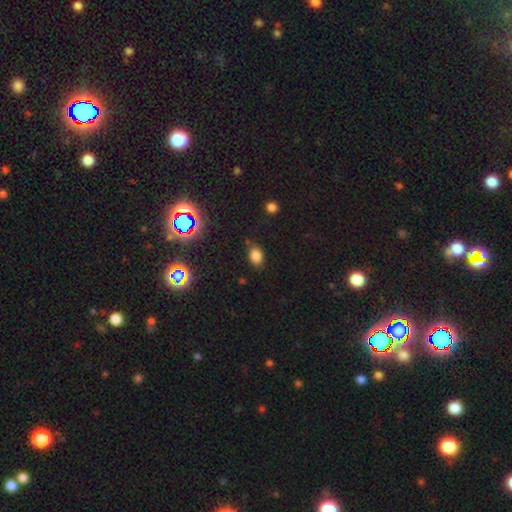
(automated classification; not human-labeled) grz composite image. It shows a smooth galaxy with no disk features (77%) that is in between round and cigar-shaped (78%). Merging: none (73%).